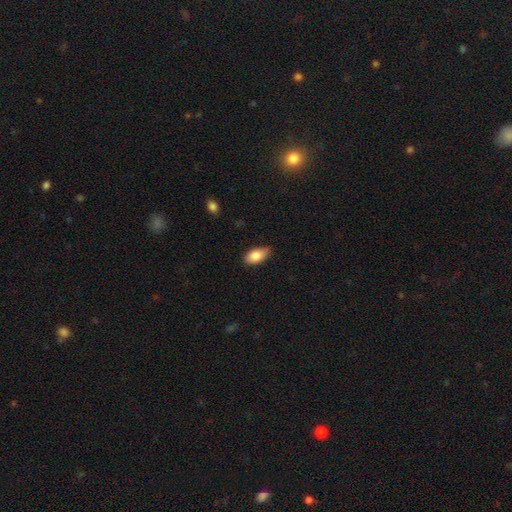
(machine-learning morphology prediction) smooth_or_featured: smooth (p=0.84) [alt: featured or disk p=0.09]
how_rounded: in between (p=0.92) [alt: round p=0.04]
merging: none (p=0.76) [alt: minor disturbance p=0.21]